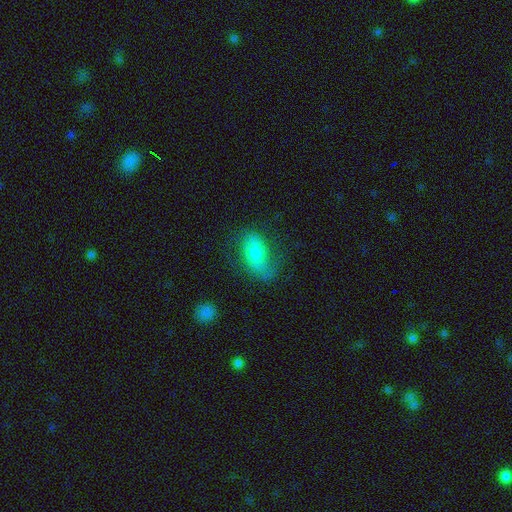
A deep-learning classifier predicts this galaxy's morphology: Smooth or featured? Predicted: smooth (p=0.55). How rounded? Predicted: in between (p=0.90). Merging? Predicted: none (p=0.53).